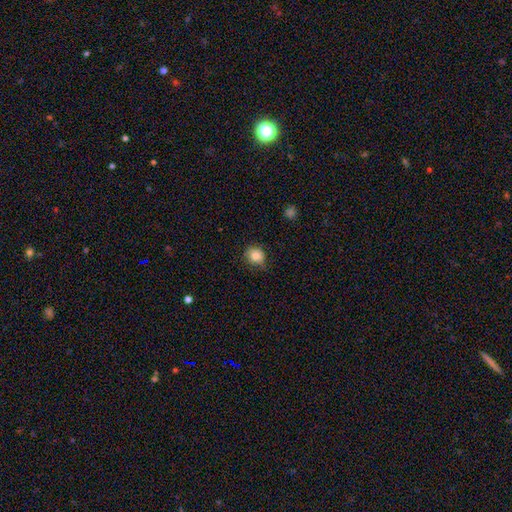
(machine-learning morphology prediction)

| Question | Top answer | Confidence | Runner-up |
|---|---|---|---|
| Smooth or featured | smooth | 83% | star or artifact (10%) |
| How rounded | round | 82% | in between (17%) |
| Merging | none | 73% | minor disturbance (22%) |